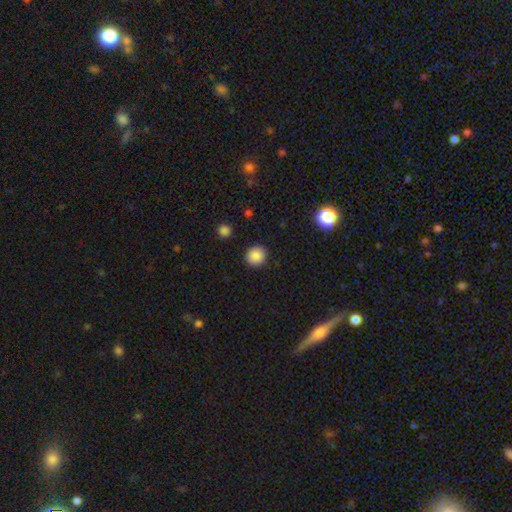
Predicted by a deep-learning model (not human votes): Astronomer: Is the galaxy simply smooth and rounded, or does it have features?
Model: smooth — 87%.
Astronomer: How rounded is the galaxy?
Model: round — 87%.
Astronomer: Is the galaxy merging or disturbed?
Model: none — 90%.